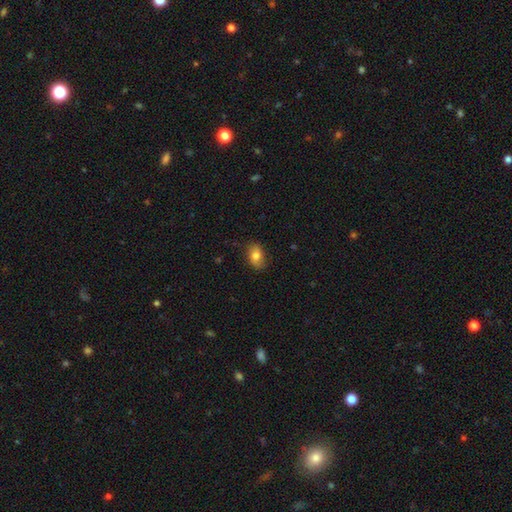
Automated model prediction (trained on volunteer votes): smooth 77%, featured or disk 15%, star or artifact 8%. Down the decision tree: how rounded — in between (83%); merging — none (79%).